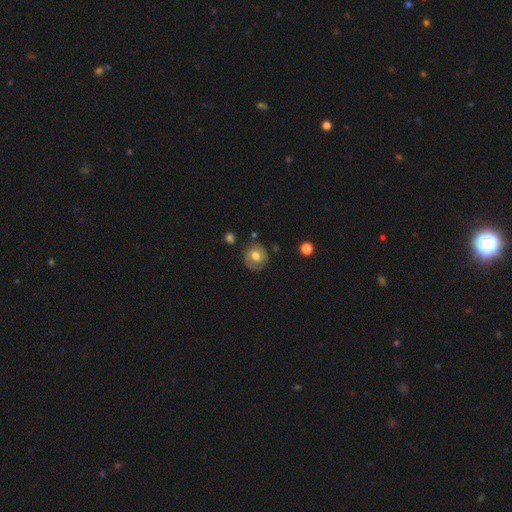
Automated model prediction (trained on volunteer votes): Overall: smooth (60%; featured or disk 31%). How rounded: round (82%). Merging: none (79%).